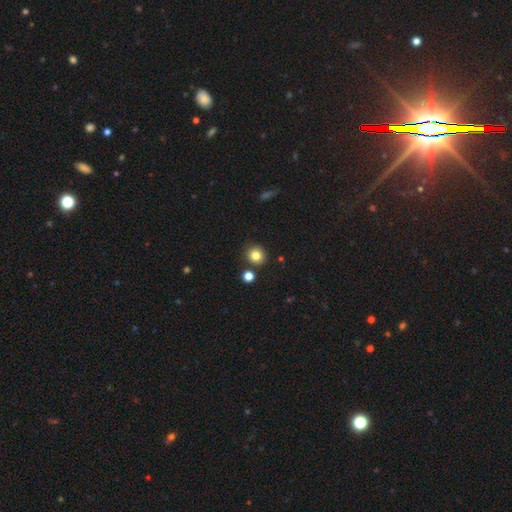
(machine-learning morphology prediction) This appears to be a smooth galaxy with no disk features (82%) that is round (89%). Merging: none (85%).